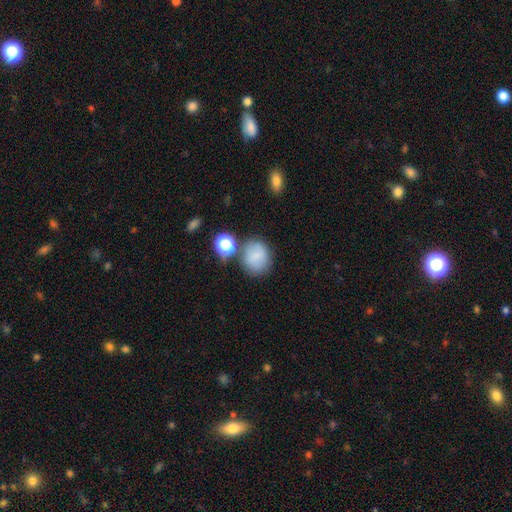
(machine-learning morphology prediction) A smooth galaxy with no disk features (78%) that is round (72%). Merging: none (64%).